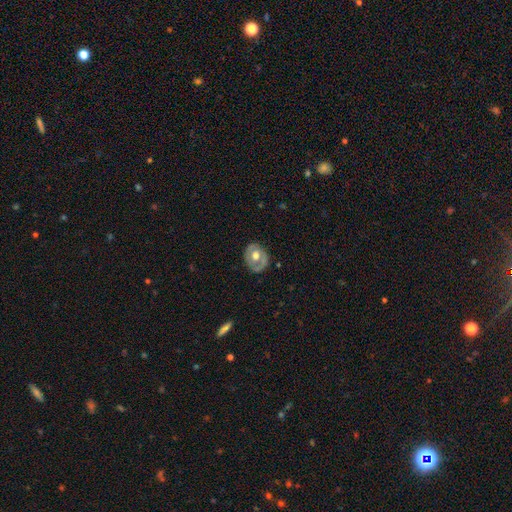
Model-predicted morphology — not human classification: This appears to be a featured or disk galaxy (53%). Merging: none (76%).